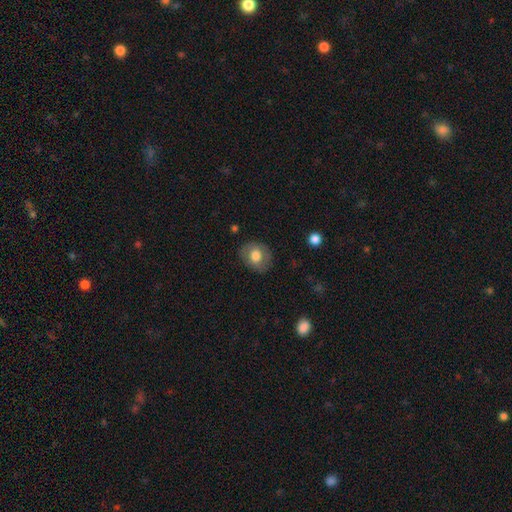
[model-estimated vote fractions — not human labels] Q: Smooth or featured?
A: smooth (72%); runner-up: featured or disk (20%)
Q: How rounded?
A: round (52%); runner-up: in between (47%)
Q: Merging?
A: none (82%); runner-up: minor disturbance (13%)